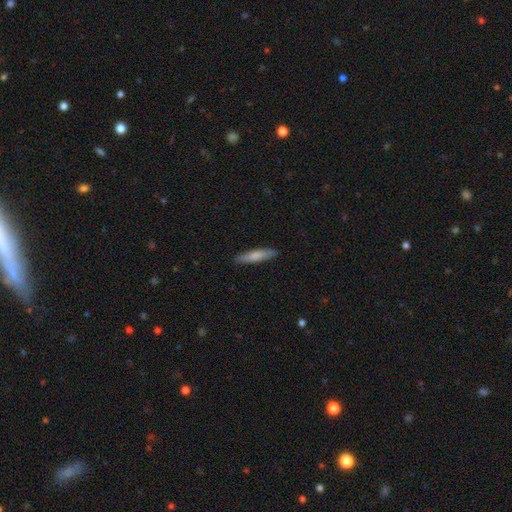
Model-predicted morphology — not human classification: type=smooth (76%); roundness=cigar-shaped (81%); merging=none (89%).